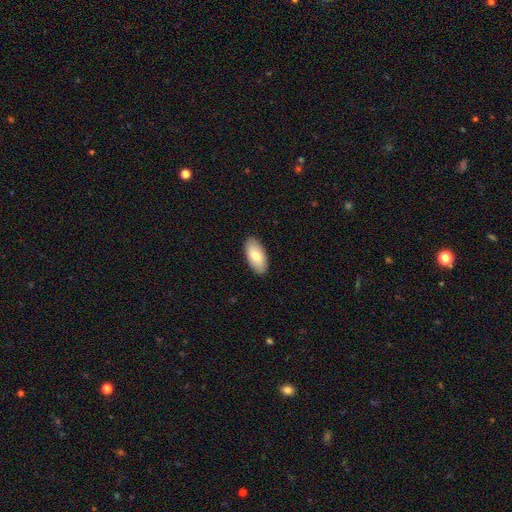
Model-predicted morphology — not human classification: A smooth galaxy with no disk features (76%) that is in between round and cigar-shaped (94%). Merging: none (89%).